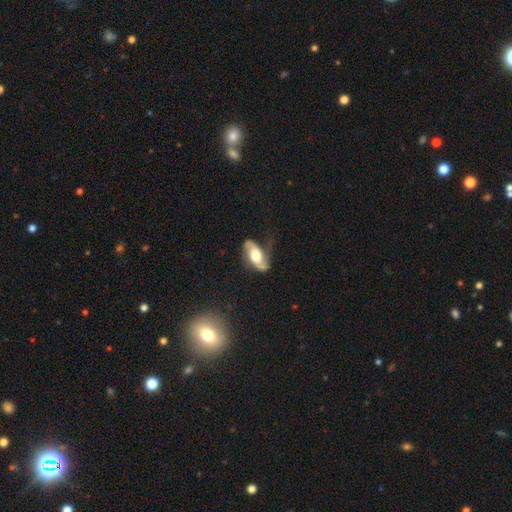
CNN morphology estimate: Q: Smooth or featured?
A: featured or disk (71%); runner-up: smooth (23%)
Q: Edge-on disk?
A: no (87%); runner-up: yes (13%)
Q: Bar?
A: no (56%); runner-up: weak (29%)
Q: Spiral arms?
A: yes (89%); runner-up: no (11%)
Q: Spiral winding?
A: loose (53%); runner-up: medium (34%)
Q: Spiral arm count?
A: 2 (90%); runner-up: can't tell (4%)
Q: Bulge size?
A: moderate (48%); runner-up: large (39%)
Q: Merging?
A: none (64%); runner-up: minor disturbance (23%)